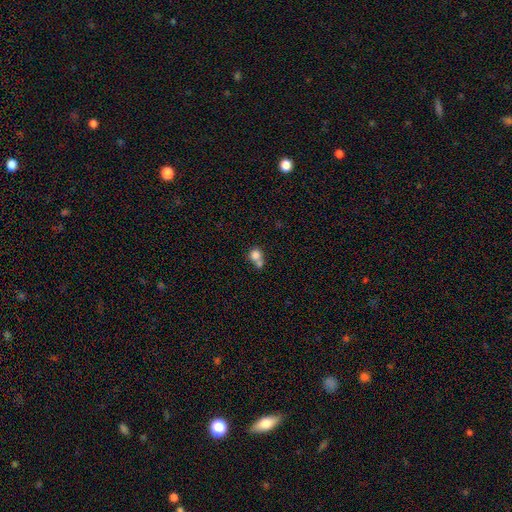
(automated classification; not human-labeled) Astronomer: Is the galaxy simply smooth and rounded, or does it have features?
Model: smooth — 79%.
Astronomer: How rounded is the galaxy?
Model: round — 81%.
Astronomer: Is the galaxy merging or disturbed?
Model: merger — 57% (runner-up: none, 33%).